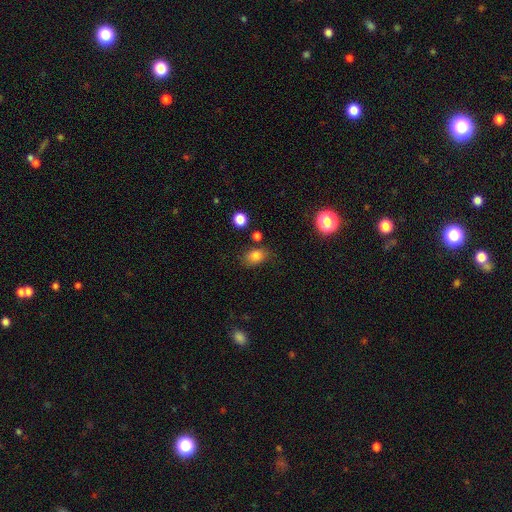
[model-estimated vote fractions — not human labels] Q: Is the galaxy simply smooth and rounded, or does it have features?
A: smooth — 81%.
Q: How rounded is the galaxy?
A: in between — 70%.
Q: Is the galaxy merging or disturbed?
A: none — 73%.